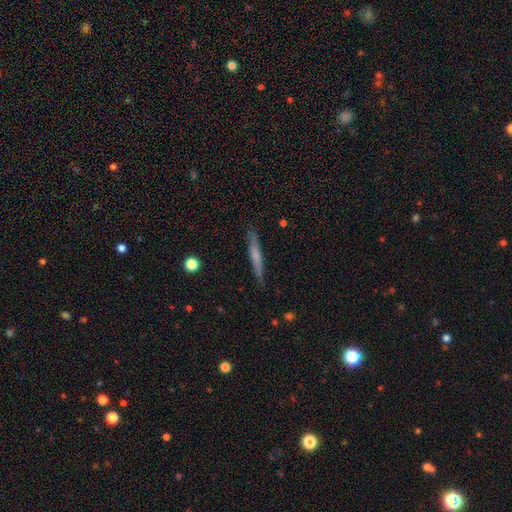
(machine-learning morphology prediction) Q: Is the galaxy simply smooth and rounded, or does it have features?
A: smooth — 55%.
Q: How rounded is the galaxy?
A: cigar-shaped — 95%.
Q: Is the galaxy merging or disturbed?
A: none — 88%.